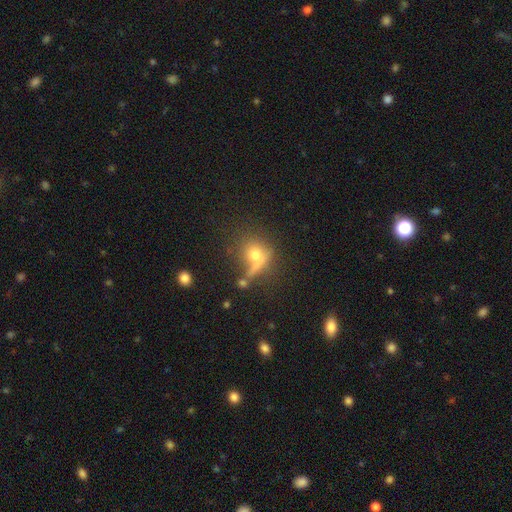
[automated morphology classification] Q: Smooth or featured?
A: smooth (62%); runner-up: featured or disk (21%)
Q: How rounded?
A: round (73%); runner-up: in between (23%)
Q: Merging?
A: none (42%); runner-up: major disturbance (22%)